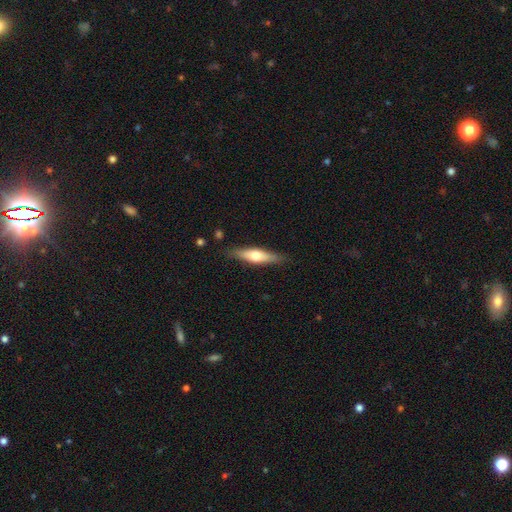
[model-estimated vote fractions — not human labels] This appears to be a smooth galaxy with no disk features (49%). Merging: none (83%).